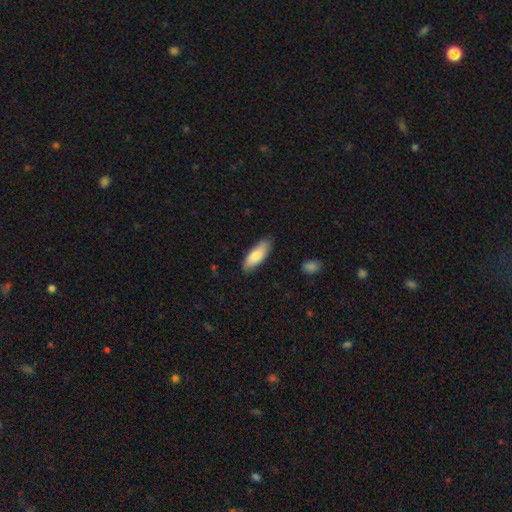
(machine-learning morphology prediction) Smooth or featured?
  - smooth: 79% *
  - featured or disk: 15%
  - star or artifact: 6%
How rounded?
  - in between: 72% *
  - cigar-shaped: 27%
  - round: 2%
Merging?
  - none: 83% *
  - minor disturbance: 14%
  - major disturbance: 2%
  - merger: 1%